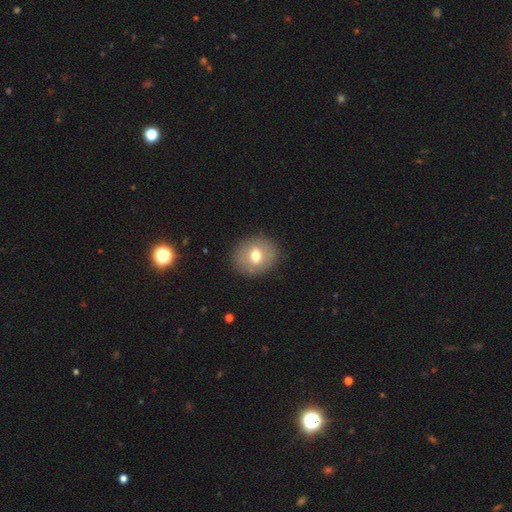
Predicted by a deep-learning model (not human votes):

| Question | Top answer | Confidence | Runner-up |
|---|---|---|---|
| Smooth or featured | smooth | 67% | featured or disk (24%) |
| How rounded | round | 66% | in between (33%) |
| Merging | none | 86% | minor disturbance (10%) |